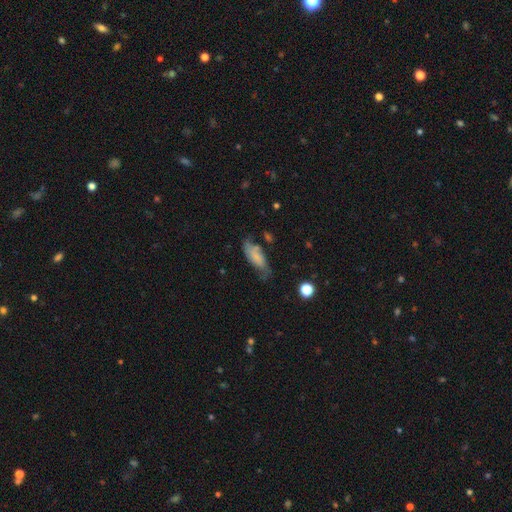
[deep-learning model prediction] Smooth or featured? smooth (62%)
How rounded? in between (76%)
Merging? none (50%)